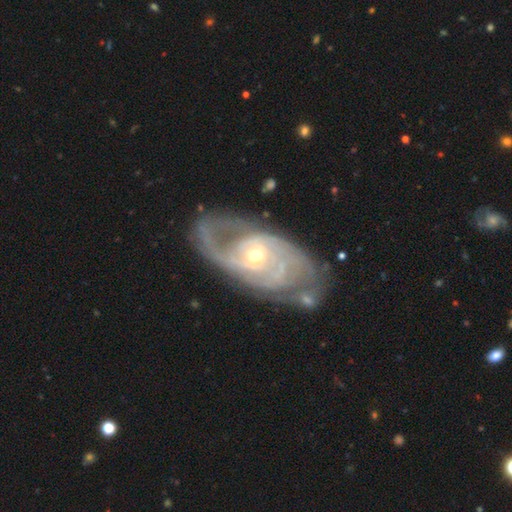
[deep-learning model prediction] Smooth or featured?
  - featured or disk: 89% *
  - smooth: 6%
  - star or artifact: 5%
Edge-on disk?
  - no: 95% *
  - yes: 5%
Bar?
  - no: 61% *
  - weak: 30%
  - strong: 9%
Spiral arms?
  - yes: 96% *
  - no: 4%
Spiral winding?
  - tight: 53% *
  - medium: 37%
  - loose: 10%
Spiral arm count?
  - 2: 39% *
  - can't tell: 22%
  - 3: 20%
  - 4: 8%
  - 1: 5%
  - more than 4: 5%
Bulge size?
  - small: 60% *
  - moderate: 37%
  - large: 2%
  - none: 1%
  - dominant: 1%
Merging?
  - none: 66% *
  - minor disturbance: 19%
  - major disturbance: 11%
  - merger: 4%